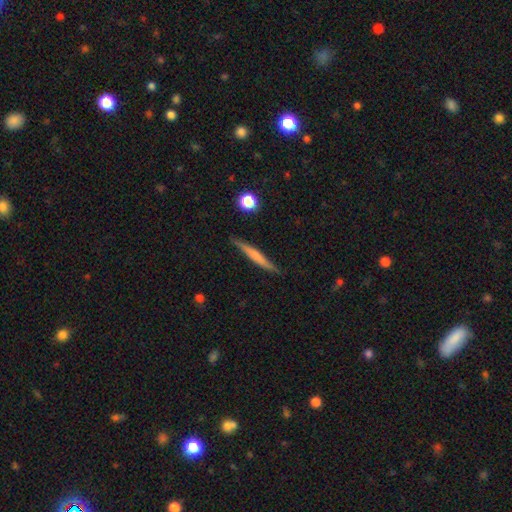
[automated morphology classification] type=smooth (50%); merging=none (84%).